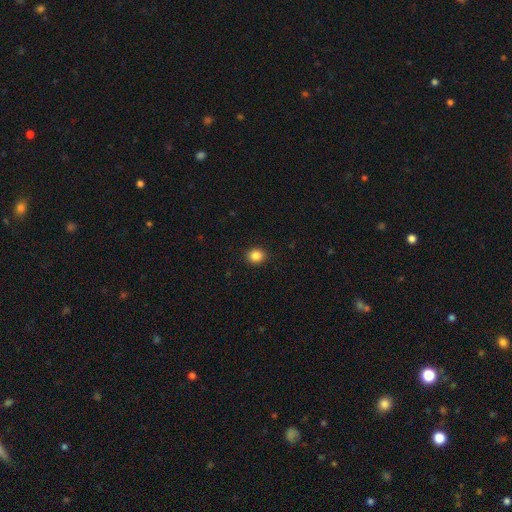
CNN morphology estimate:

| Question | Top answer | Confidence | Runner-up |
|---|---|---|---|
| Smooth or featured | smooth | 86% | star or artifact (10%) |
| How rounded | round | 73% | in between (26%) |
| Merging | none | 91% | minor disturbance (6%) |